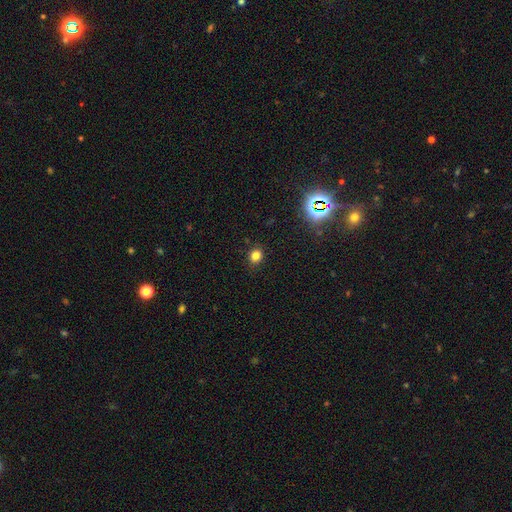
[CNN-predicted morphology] smooth_or_featured: smooth (p=0.81) [alt: star or artifact p=0.14]
how_rounded: round (p=0.61) [alt: in between p=0.38]
merging: none (p=0.87) [alt: minor disturbance p=0.09]